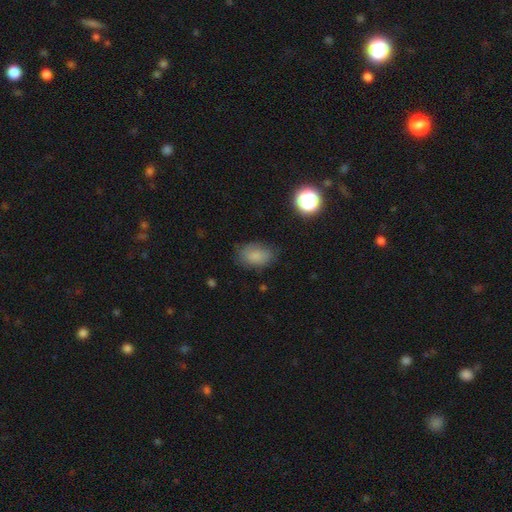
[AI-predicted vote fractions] smooth 81%, featured or disk 10%, star or artifact 9%. Down the decision tree: how rounded — in between (85%); merging — none (73%).